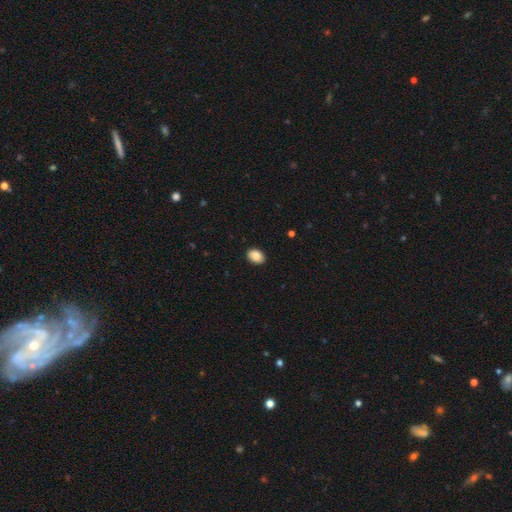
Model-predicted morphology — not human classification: The model was most divided on "how rounded": in between: 75%, round: 24%, cigar-shaped: 1%. More confident: merging — none (90%); smooth or featured — smooth (89%).